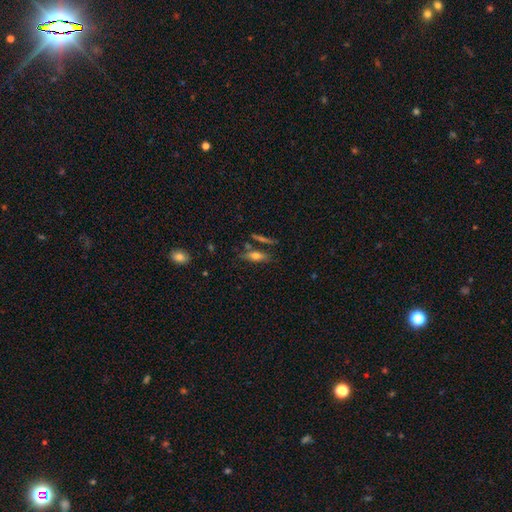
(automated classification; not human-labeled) Smooth or featured?
  - smooth: 56% *
  - featured or disk: 35%
  - star or artifact: 9%
How rounded?
  - cigar-shaped: 53% *
  - in between: 43%
  - round: 4%
Merging?
  - none: 68% *
  - minor disturbance: 15%
  - merger: 12%
  - major disturbance: 5%